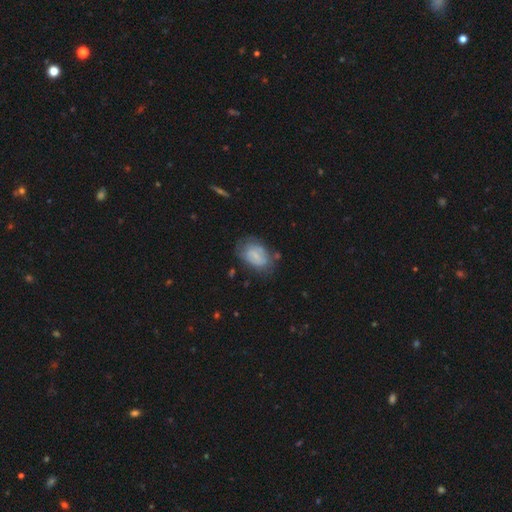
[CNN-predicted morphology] smooth_or_featured: smooth (p=0.55) [alt: featured or disk p=0.36]
how_rounded: in between (p=0.81) [alt: round p=0.18]
merging: none (p=0.54) [alt: minor disturbance p=0.27]